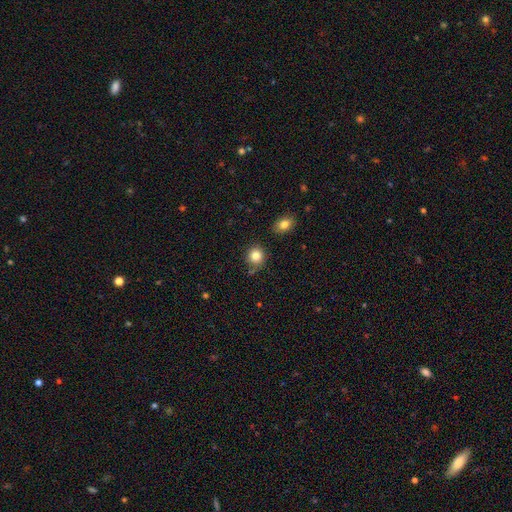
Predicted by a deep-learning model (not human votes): Q: Smooth or featured?
A: smooth (83%); runner-up: star or artifact (10%)
Q: How rounded?
A: round (83%); runner-up: in between (16%)
Q: Merging?
A: none (77%); runner-up: minor disturbance (14%)